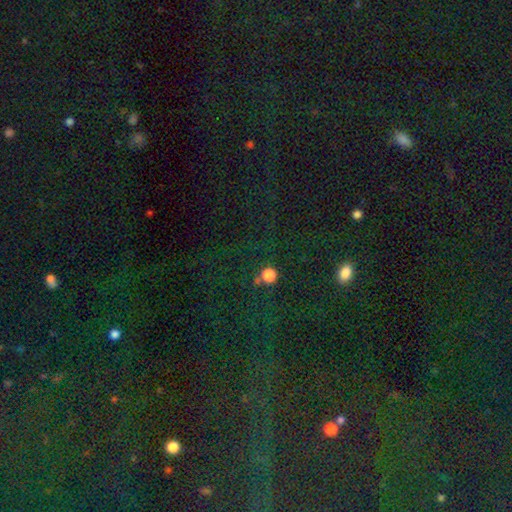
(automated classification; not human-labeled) Smooth or featured?
  - star or artifact: 73% *
  - smooth: 18%
  - featured or disk: 9%